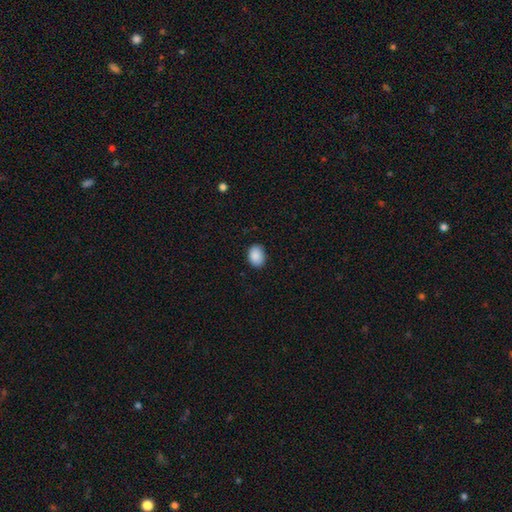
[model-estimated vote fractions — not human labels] Morphology: type=smooth (89%); roundness=in between (72%); merging=none (86%).